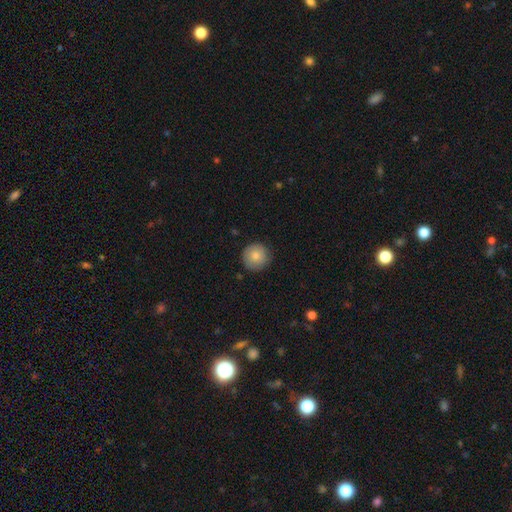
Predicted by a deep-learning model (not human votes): This appears to be a smooth galaxy with no disk features (80%) that is round (95%). Merging: none (84%).